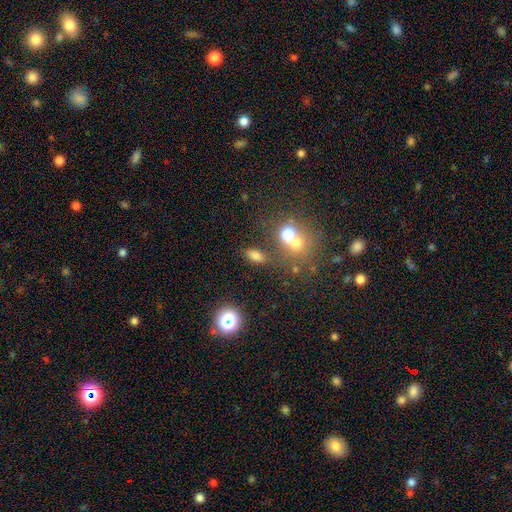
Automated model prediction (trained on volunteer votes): Smooth or featured? smooth (72%)
How rounded? in between (78%)
Merging? none (68%)